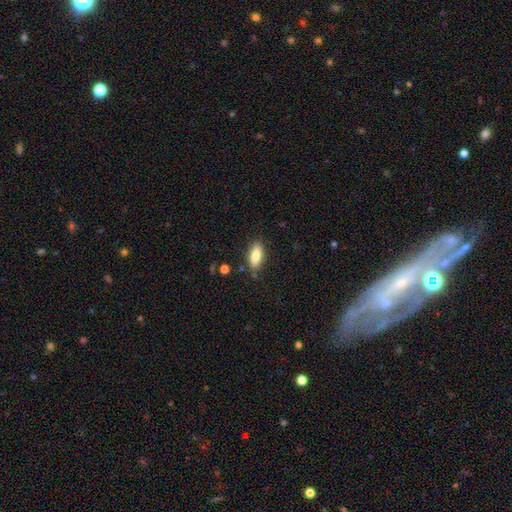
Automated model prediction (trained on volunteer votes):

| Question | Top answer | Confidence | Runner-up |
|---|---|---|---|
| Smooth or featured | smooth | 77% | featured or disk (16%) |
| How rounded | in between | 73% | cigar-shaped (24%) |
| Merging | none | 85% | minor disturbance (11%) |